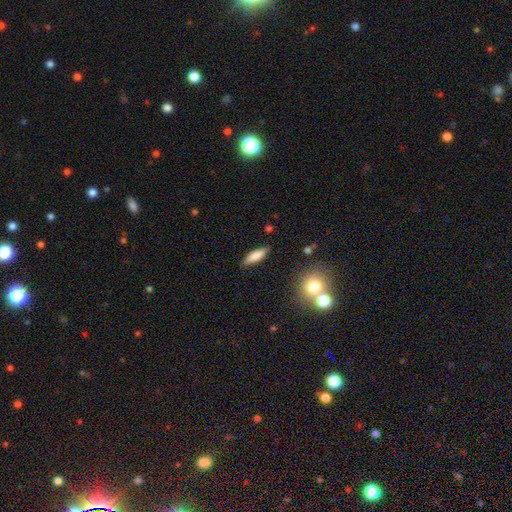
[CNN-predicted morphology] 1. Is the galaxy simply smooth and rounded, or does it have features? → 81% smooth, 12% featured or disk, 7% star or artifact.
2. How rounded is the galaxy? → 52% cigar-shaped, 46% in between, 2% round.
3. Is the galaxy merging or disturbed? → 85% none, 11% minor disturbance, 2% major disturbance, 2% merger.